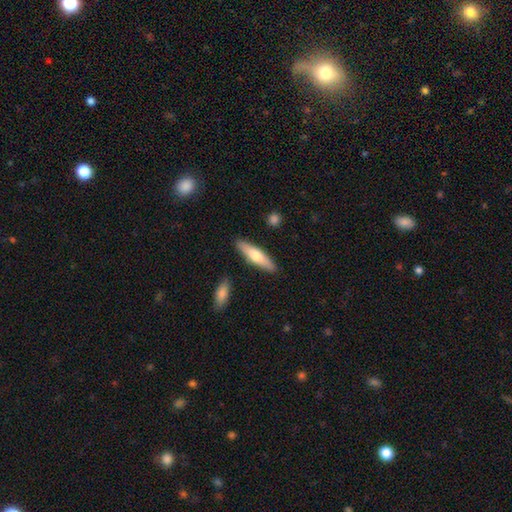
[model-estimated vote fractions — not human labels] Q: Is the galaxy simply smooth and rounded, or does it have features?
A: smooth — 62%.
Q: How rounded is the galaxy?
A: cigar-shaped — 73%.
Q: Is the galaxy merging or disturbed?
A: none — 87%.